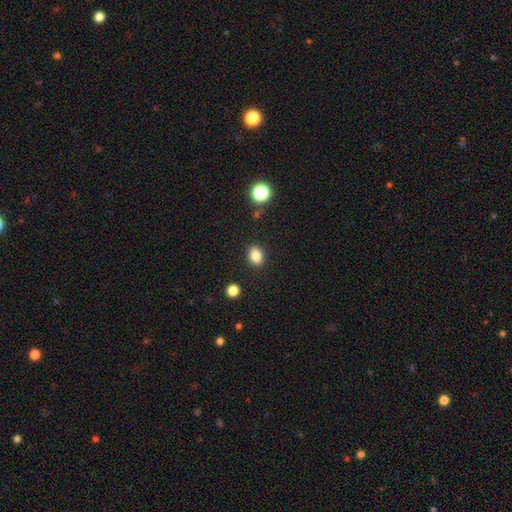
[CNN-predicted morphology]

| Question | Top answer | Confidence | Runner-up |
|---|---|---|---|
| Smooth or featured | smooth | 84% | star or artifact (11%) |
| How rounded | in between | 68% | round (31%) |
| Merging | none | 88% | minor disturbance (8%) |